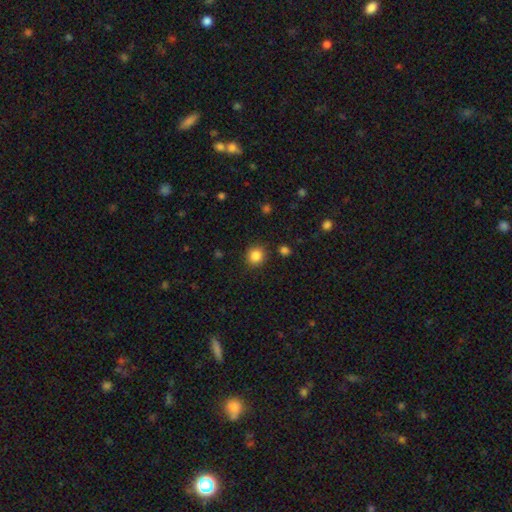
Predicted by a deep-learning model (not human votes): Smooth or featured? smooth (85%)
How rounded? round (91%)
Merging? none (89%)